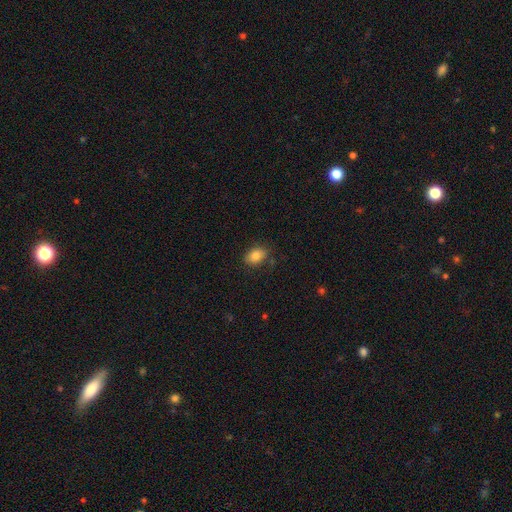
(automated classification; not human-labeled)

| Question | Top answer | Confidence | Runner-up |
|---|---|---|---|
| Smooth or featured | smooth | 86% | star or artifact (9%) |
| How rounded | in between | 76% | round (23%) |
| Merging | none | 79% | minor disturbance (15%) |